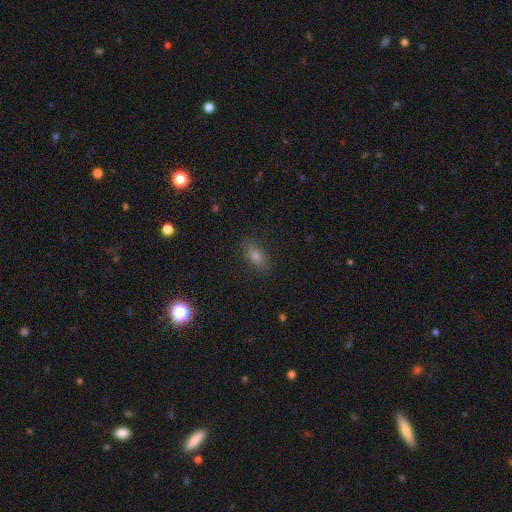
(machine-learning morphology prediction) Smooth or featured? smooth (68%)
How rounded? in between (75%)
Merging? none (87%)